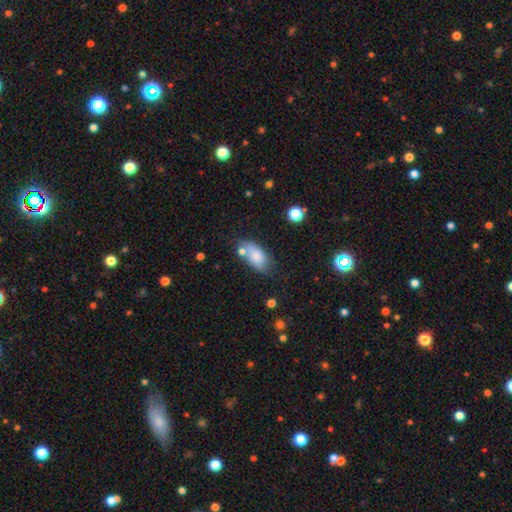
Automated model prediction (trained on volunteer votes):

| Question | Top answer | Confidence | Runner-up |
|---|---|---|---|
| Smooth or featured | smooth | 78% | featured or disk (14%) |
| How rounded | in between | 90% | round (6%) |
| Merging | none | 51% | minor disturbance (24%) |